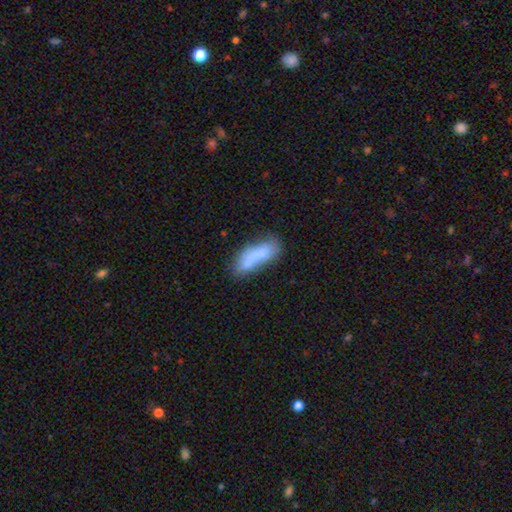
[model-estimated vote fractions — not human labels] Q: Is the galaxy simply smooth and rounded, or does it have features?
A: smooth — 71%.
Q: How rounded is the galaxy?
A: in between — 60%.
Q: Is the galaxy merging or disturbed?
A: none — 42%.